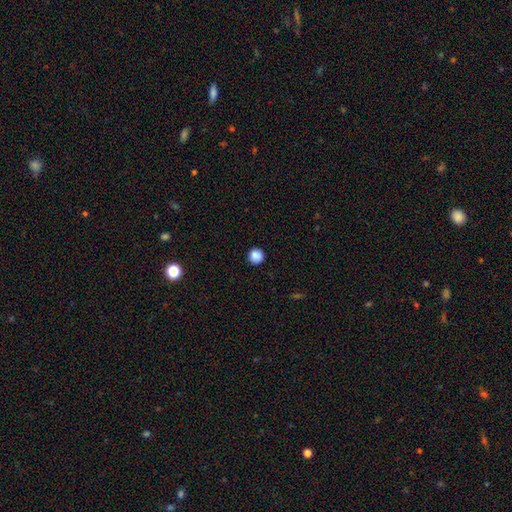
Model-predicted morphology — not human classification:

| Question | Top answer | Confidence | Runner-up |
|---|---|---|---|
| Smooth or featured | smooth | 87% | star or artifact (10%) |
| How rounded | round | 95% | in between (4%) |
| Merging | none | 92% | minor disturbance (6%) |